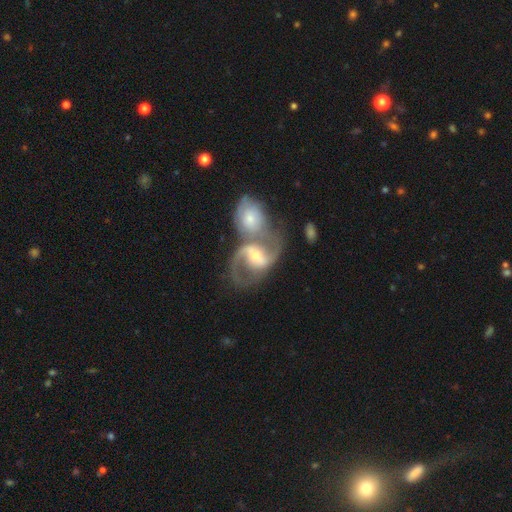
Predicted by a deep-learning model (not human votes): A featured or disk galaxy (86%) with a weak bar (45%), 2 (89%) medium (52%) spiral arms (95%) and a moderate central bulge (52%). Merging: merger (64%).